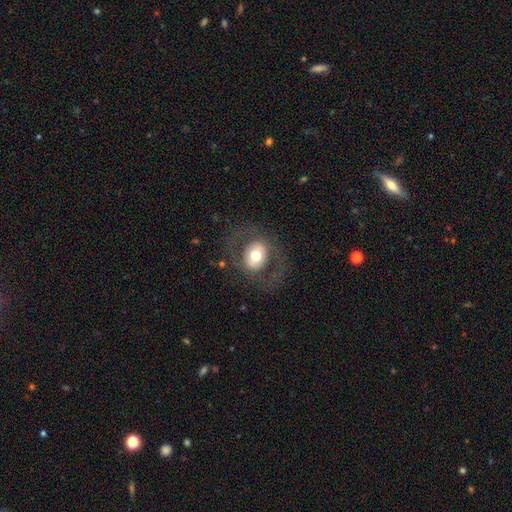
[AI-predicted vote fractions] Smooth or featured? Predicted: smooth (p=0.50). How rounded? Predicted: round (p=0.58). Merging? Predicted: none (p=0.73).